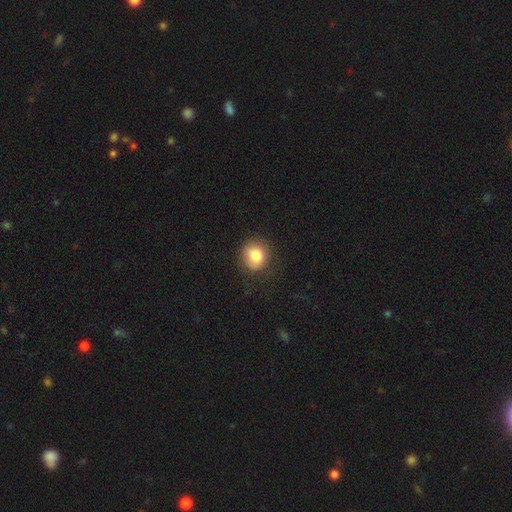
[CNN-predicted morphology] This is clearly a smooth galaxy (80%). How rounded: clearly round (86%). Merging: clearly none (80%).